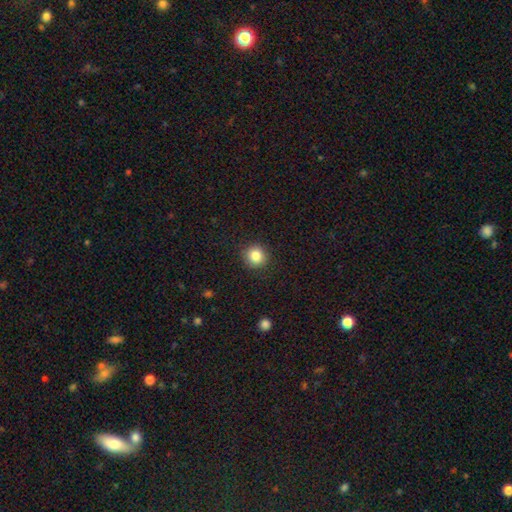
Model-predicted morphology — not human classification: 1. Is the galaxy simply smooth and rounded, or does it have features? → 84% smooth, 10% star or artifact, 5% featured or disk.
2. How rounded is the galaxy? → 91% round, 8% in between, 1% cigar-shaped.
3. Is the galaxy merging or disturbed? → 90% none, 6% minor disturbance, 2% major disturbance, 1% merger.